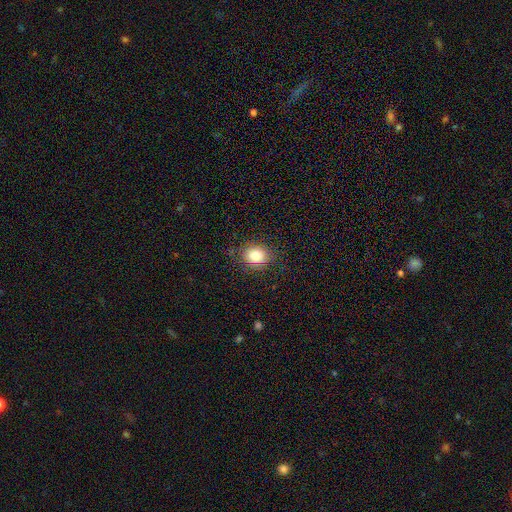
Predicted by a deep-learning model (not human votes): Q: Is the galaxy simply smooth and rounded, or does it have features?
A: smooth — 81%.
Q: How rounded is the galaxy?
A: round — 66%.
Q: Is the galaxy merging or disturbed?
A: none — 82%.